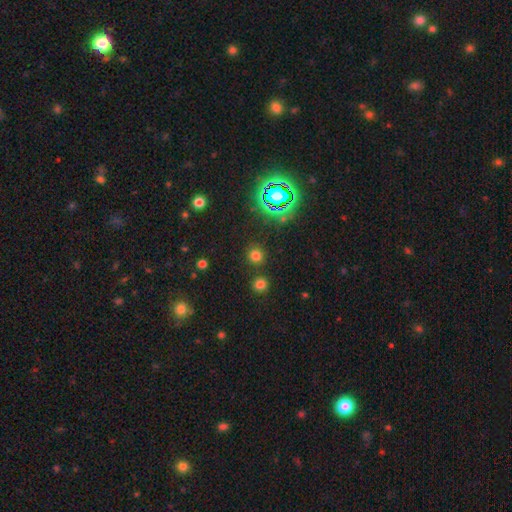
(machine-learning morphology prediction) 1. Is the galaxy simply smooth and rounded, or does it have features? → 69% smooth, 26% star or artifact, 6% featured or disk.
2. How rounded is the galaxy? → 91% round, 8% in between, 1% cigar-shaped.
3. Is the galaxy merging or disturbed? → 86% none, 6% minor disturbance, 5% merger, 3% major disturbance.